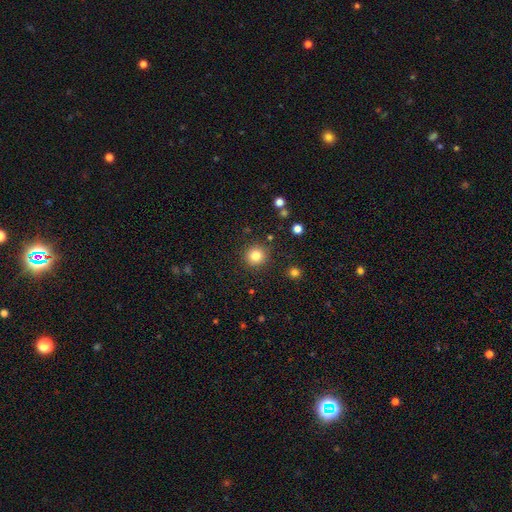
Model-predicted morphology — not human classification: smooth-or-featured: smooth: 82% | star or artifact: 11% | featured or disk: 6%
  how-rounded: round: 94% | in between: 5% | cigar-shaped: 1%
  merging: none: 90% | minor disturbance: 6% | major disturbance: 2% | merger: 2%